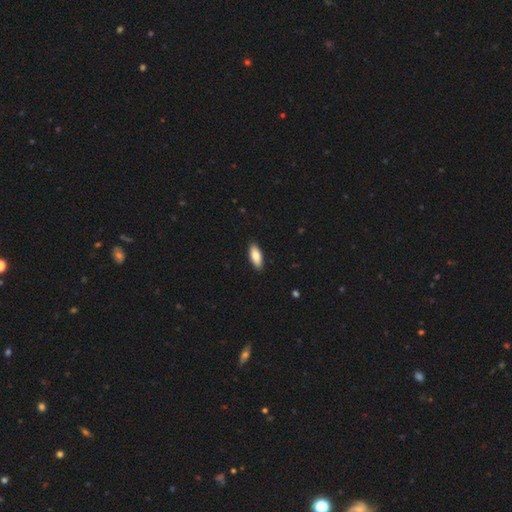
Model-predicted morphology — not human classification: Smooth or featured: smooth — 79% (featured or disk — 15%)
How rounded: in between — 79% (cigar-shaped — 19%)
Merging: none — 90% (minor disturbance — 7%)